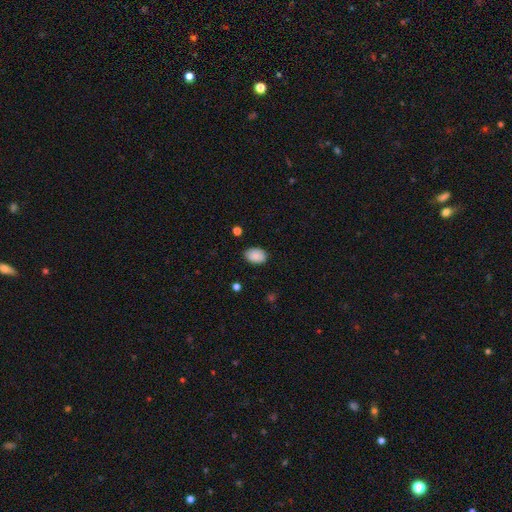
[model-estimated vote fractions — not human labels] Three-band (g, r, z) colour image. It shows a smooth galaxy with no disk features (89%) that is in between round and cigar-shaped (83%). Merging: none (84%).